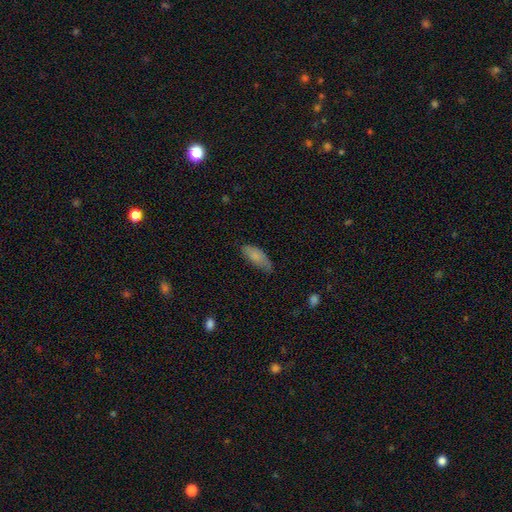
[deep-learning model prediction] The model was most divided on "merging": none: 62%, minor disturbance: 30%, major disturbance: 6%, merger: 2%. More confident: smooth or featured — smooth (80%); how rounded — in between (79%).